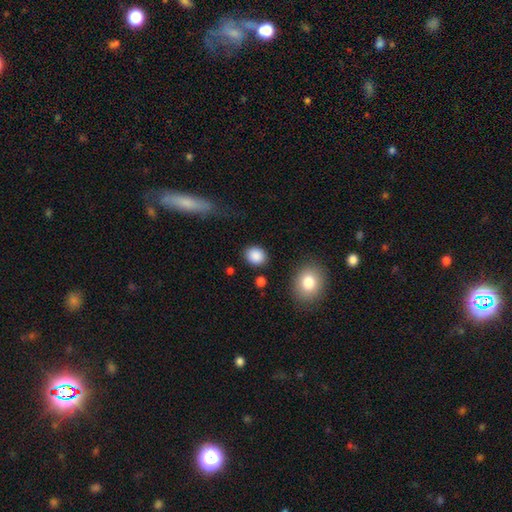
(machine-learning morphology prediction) This is clearly a smooth galaxy (88%). How rounded: likely round (60%). Merging: clearly none (84%).